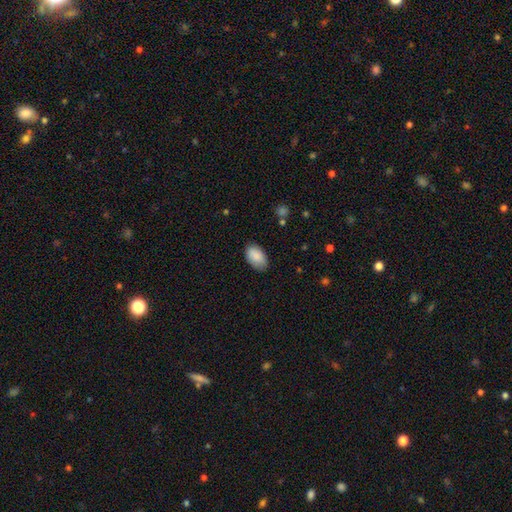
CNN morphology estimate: Smooth or featured? smooth (89%)
How rounded? in between (94%)
Merging? none (82%)